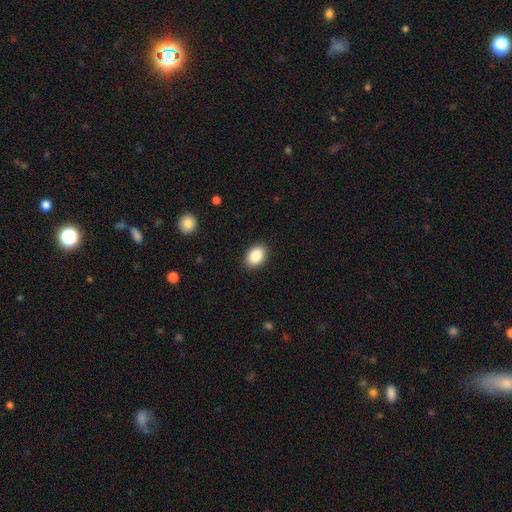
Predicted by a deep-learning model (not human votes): This appears to be a smooth galaxy with no disk features (88%) that is in between round and cigar-shaped (84%). Merging: none (89%).